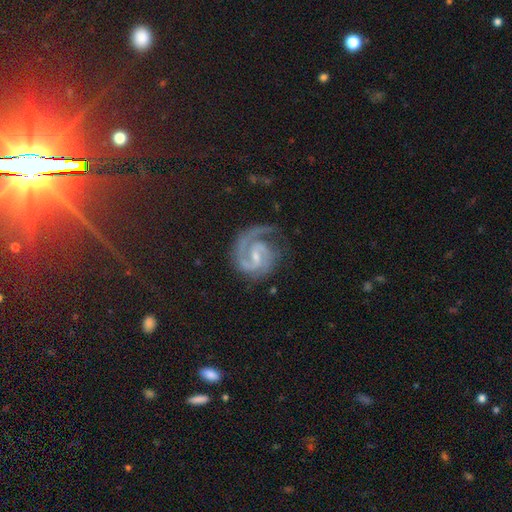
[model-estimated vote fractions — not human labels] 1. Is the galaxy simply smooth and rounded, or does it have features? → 90% featured or disk, 5% star or artifact, 4% smooth.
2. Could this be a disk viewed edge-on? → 98% no, 2% yes.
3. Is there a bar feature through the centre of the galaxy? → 55% weak, 23% no, 21% strong.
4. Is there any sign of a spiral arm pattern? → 98% yes, 2% no.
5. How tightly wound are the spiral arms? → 47% medium, 44% tight, 8% loose.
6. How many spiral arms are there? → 78% 2, 9% 1, 5% 3, 4% can't tell, 2% 4, 2% more than 4.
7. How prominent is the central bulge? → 59% small, 31% moderate, 8% none, 2% large, 1% dominant.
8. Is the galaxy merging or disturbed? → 65% none, 20% minor disturbance, 13% major disturbance, 2% merger.